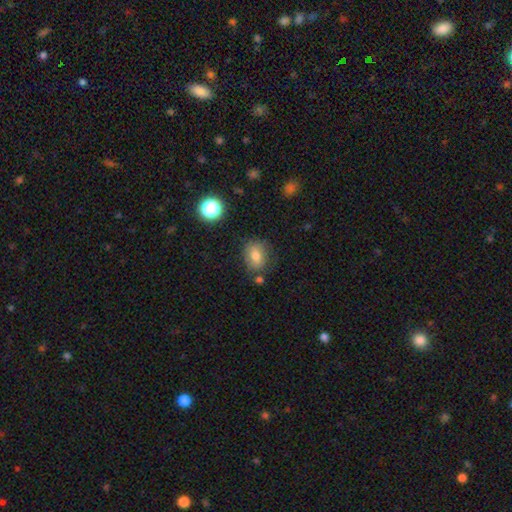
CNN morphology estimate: smooth-or-featured: smooth: 75% | featured or disk: 13% | star or artifact: 12%
  how-rounded: in between: 61% | round: 37% | cigar-shaped: 2%
  merging: none: 71% | minor disturbance: 18% | merger: 6% | major disturbance: 5%